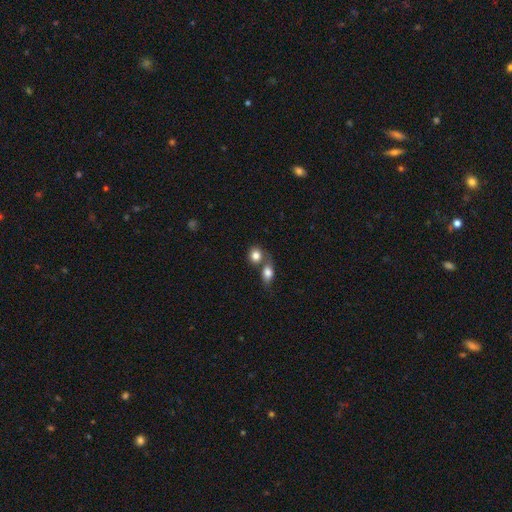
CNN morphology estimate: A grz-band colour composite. It shows a smooth galaxy with no disk features (82%) that is round (68%). Merging: merger (51%).